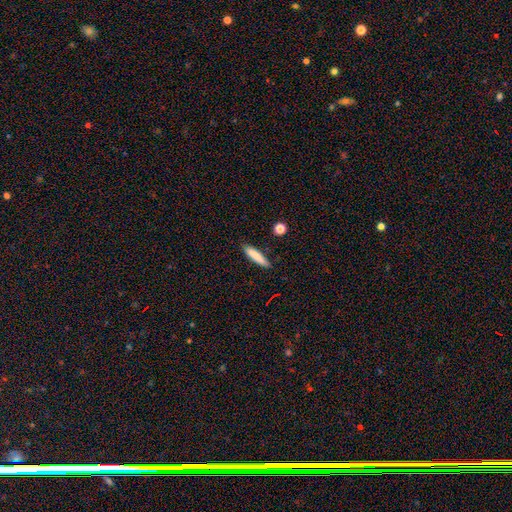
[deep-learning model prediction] A smooth galaxy with no disk features (82%) that is cigar-shaped (83%). Merging: none (84%).